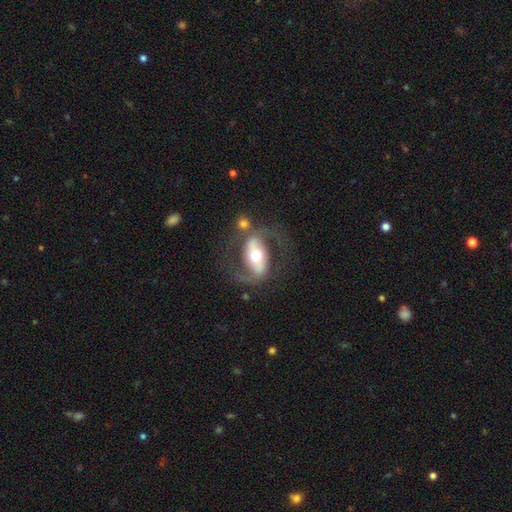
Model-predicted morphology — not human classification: Smooth or featured? Predicted: featured or disk (p=0.81). Edge-on disk? Predicted: no (p=0.94). Bar? Predicted: strong (p=0.53). Spiral arms? Predicted: yes (p=0.84). Spiral winding? Predicted: medium (p=0.48). Spiral arm count? Predicted: 2 (p=0.90). Bulge size? Predicted: moderate (p=0.70). Merging? Predicted: none (p=0.64).